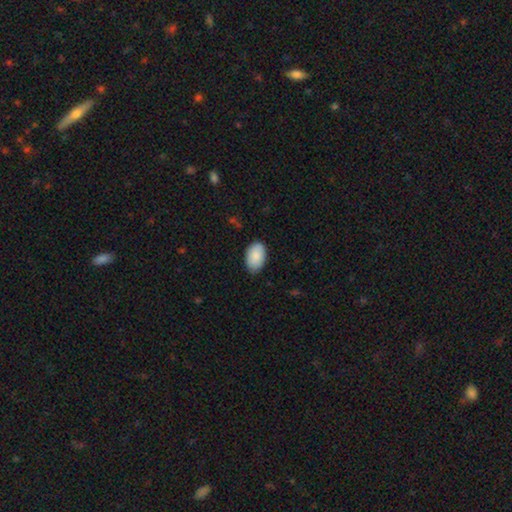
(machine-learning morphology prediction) smooth-or-featured: smooth: 88% | featured or disk: 6% | star or artifact: 6%
  how-rounded: in between: 92% | round: 7% | cigar-shaped: 1%
  merging: none: 83% | minor disturbance: 14% | major disturbance: 2% | merger: 1%